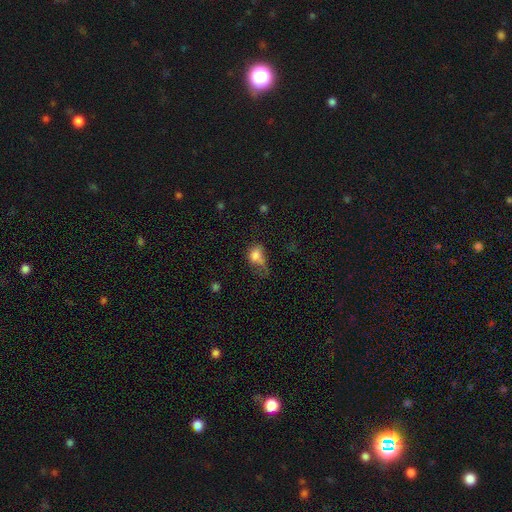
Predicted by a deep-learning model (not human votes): smooth_or_featured: smooth (p=0.73) [alt: featured or disk p=0.15]
how_rounded: in between (p=0.66) [alt: round p=0.32]
merging: major disturbance (p=0.40) [alt: minor disturbance p=0.27]